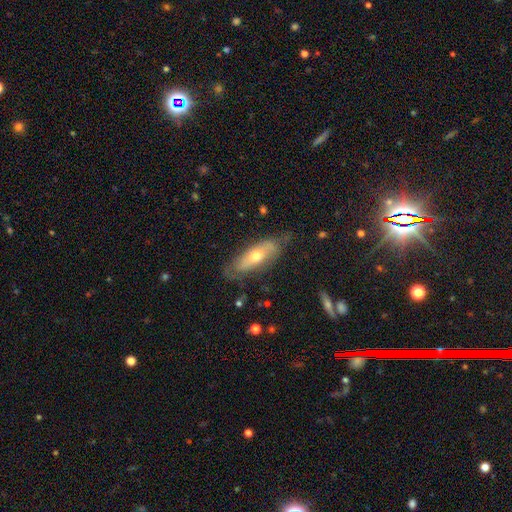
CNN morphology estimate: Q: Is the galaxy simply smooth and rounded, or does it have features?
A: smooth — 48%.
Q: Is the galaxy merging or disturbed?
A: none — 62%.